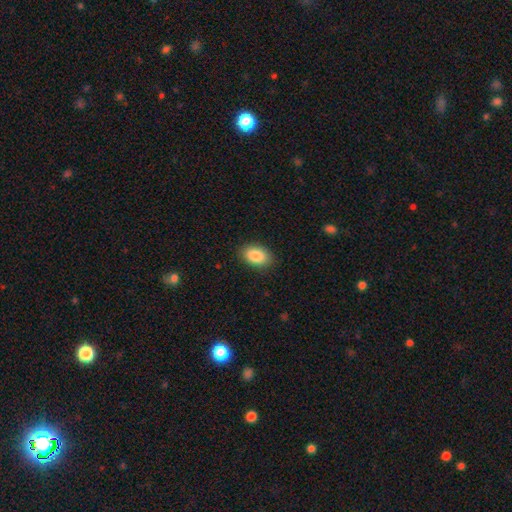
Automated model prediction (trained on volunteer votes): Smooth or featured? Predicted: smooth (p=0.88). How rounded? Predicted: in between (p=0.90). Merging? Predicted: none (p=0.88).